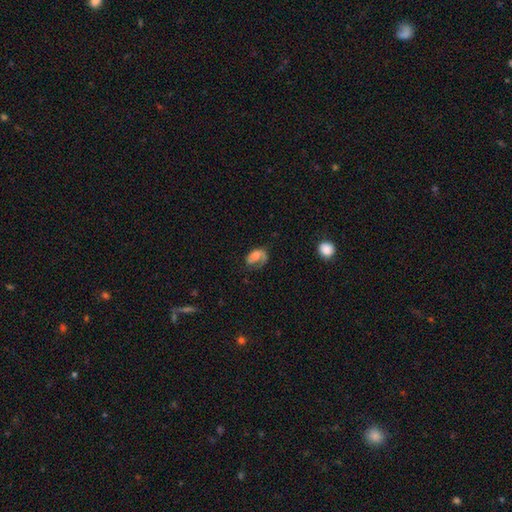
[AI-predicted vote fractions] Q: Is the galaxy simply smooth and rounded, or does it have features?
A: featured or disk — 56%.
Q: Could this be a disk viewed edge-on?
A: no — 97%.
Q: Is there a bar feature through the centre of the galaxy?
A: no — 66%.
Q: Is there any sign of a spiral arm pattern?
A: yes — 82%.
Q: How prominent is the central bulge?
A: moderate — 46%.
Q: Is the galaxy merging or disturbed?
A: none — 41%.